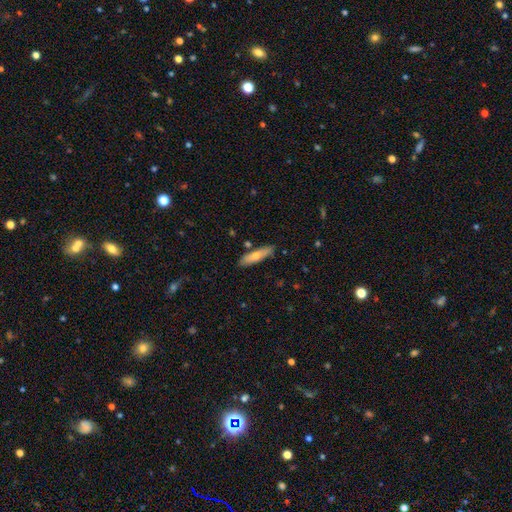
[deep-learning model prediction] This is likely a smooth galaxy (67%). How rounded: likely cigar-shaped (70%). Merging: clearly none (82%).